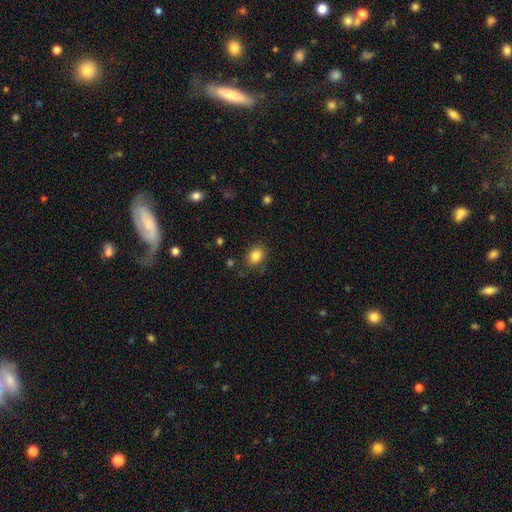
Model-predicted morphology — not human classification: smooth_or_featured: smooth (p=0.85) [alt: star or artifact p=0.10]
how_rounded: round (p=0.50) [alt: in between p=0.49]
merging: none (p=0.84) [alt: minor disturbance p=0.11]